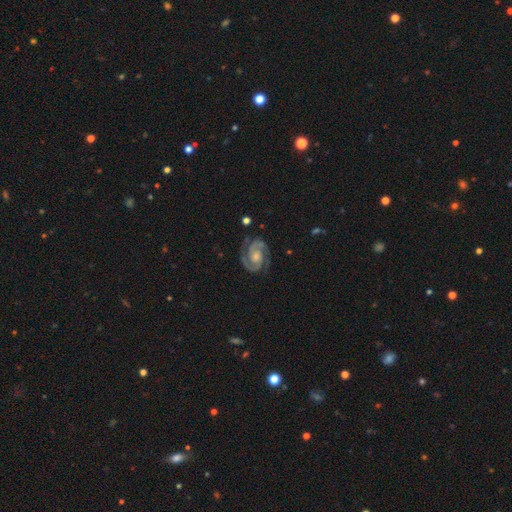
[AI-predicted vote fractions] Smooth or featured? featured or disk (91%)
Edge-on disk? no (98%)
Bar? no (62%)
Spiral arms? yes (98%)
Spiral winding? tight (50%)
Spiral arm count? 2 (92%)
Bulge size? moderate (48%)
Merging? none (80%)